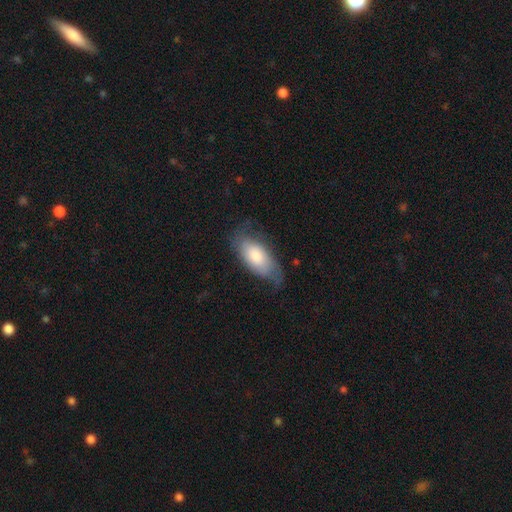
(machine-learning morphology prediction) Overall: smooth (59%; featured or disk 34%). How rounded: in between (89%). Merging: none (55%; minor disturbance 30%).